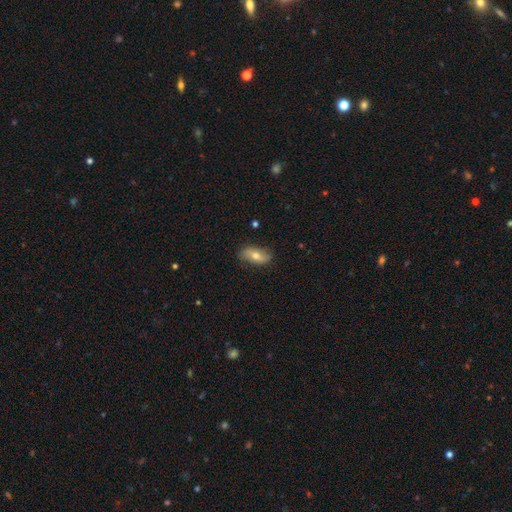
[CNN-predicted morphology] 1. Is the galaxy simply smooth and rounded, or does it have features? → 57% smooth, 36% featured or disk, 7% star or artifact.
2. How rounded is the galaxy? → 85% in between, 9% cigar-shaped, 5% round.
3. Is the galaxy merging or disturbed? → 81% none, 15% minor disturbance, 3% major disturbance, 1% merger.